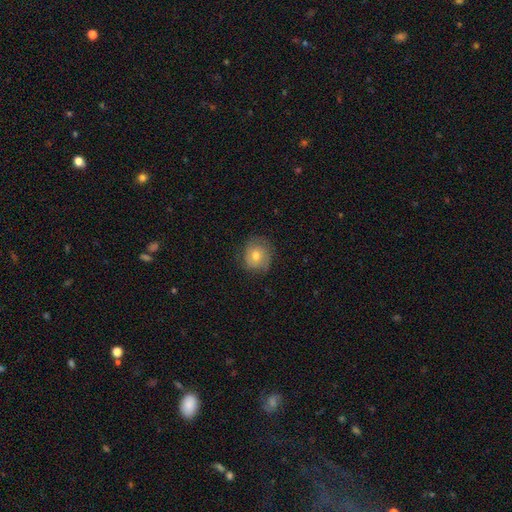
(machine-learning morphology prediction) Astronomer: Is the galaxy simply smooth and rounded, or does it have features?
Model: smooth — 63%.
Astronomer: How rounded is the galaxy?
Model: round — 80%.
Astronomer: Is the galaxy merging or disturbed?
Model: none — 71%.